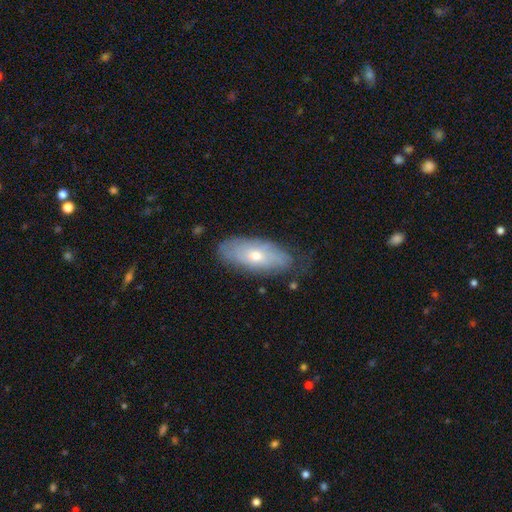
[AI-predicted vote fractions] Q: Smooth or featured?
A: featured or disk (47%); runner-up: smooth (46%)
Q: Merging?
A: none (69%); runner-up: minor disturbance (24%)